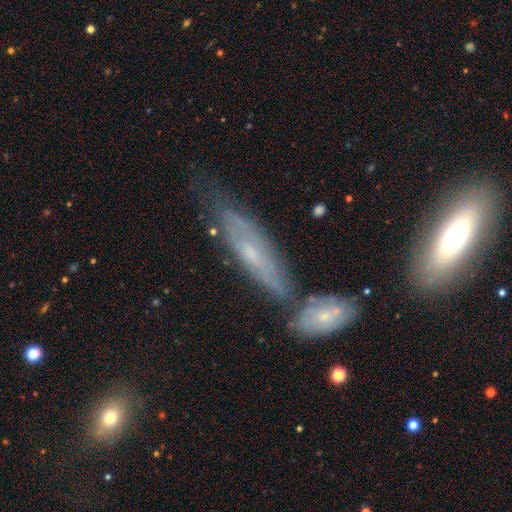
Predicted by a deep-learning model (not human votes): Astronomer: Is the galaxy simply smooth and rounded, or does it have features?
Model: featured or disk — 57%.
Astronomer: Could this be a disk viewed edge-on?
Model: no — 55% (runner-up: yes, 45%).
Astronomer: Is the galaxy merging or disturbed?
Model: none — 61%.